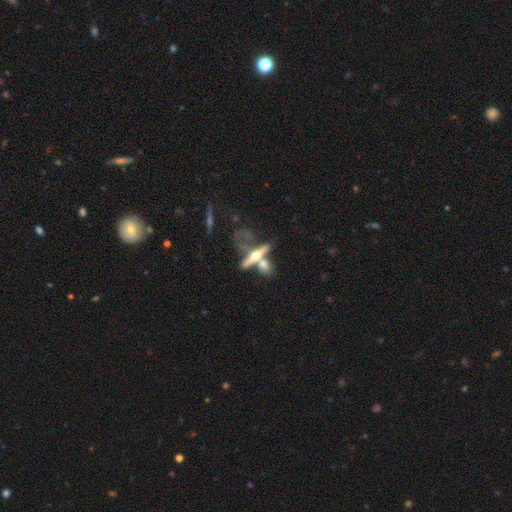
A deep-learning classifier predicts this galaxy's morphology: Smooth or featured? featured or disk (57%)
Edge-on disk? yes (81%)
Merging? merger (44%)